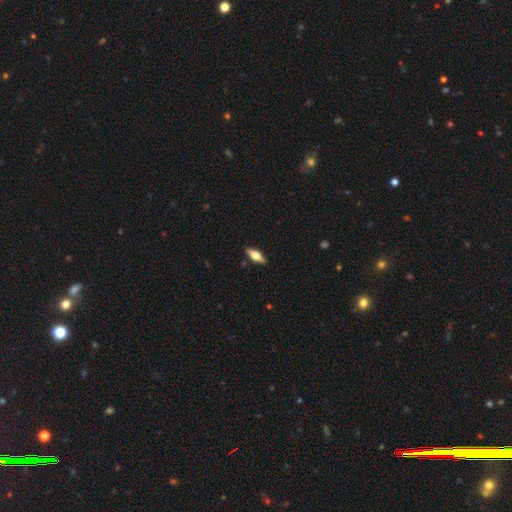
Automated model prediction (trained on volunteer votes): Morphology: type=featured or disk (54%); edge-on=yes (93%); merging=none (89%).